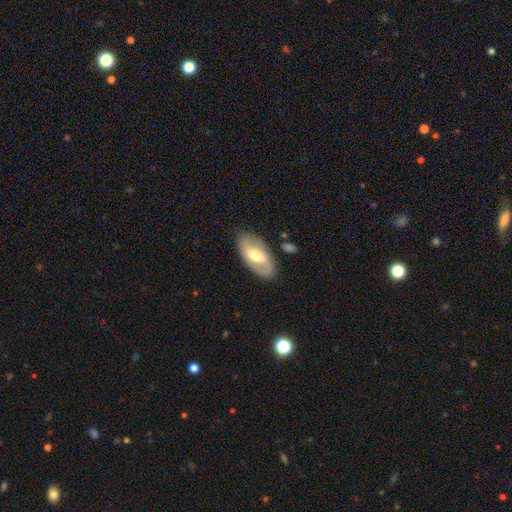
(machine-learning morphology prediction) Q: Smooth or featured?
A: featured or disk (64%); runner-up: smooth (31%)
Q: Edge-on disk?
A: no (91%); runner-up: yes (9%)
Q: Bar?
A: weak (44%); runner-up: strong (36%)
Q: Spiral arms?
A: yes (66%); runner-up: no (34%)
Q: Bulge size?
A: moderate (70%); runner-up: small (16%)
Q: Merging?
A: none (84%); runner-up: minor disturbance (11%)